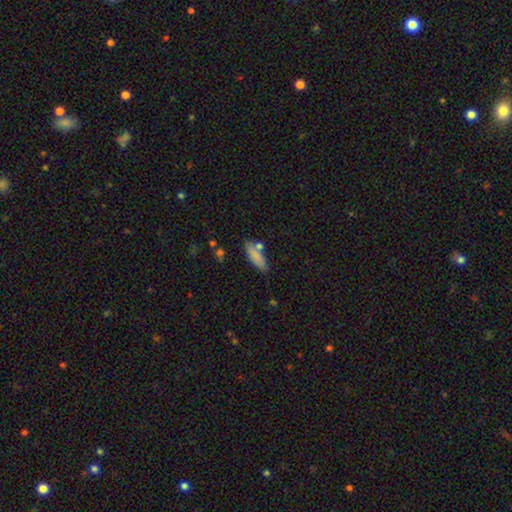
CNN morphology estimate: Smooth or featured? Predicted: smooth (p=0.84). How rounded? Predicted: in between (p=0.61). Merging? Predicted: none (p=0.72).